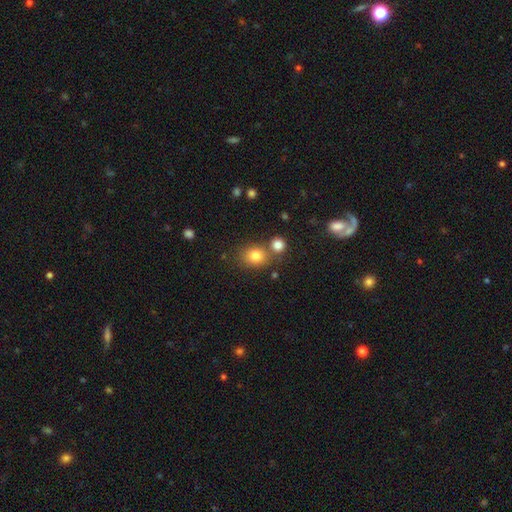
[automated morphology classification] smooth-or-featured: smooth: 79% | star or artifact: 13% | featured or disk: 9%
  how-rounded: round: 65% | in between: 34% | cigar-shaped: 1%
  merging: none: 65% | merger: 21% | minor disturbance: 10% | major disturbance: 4%